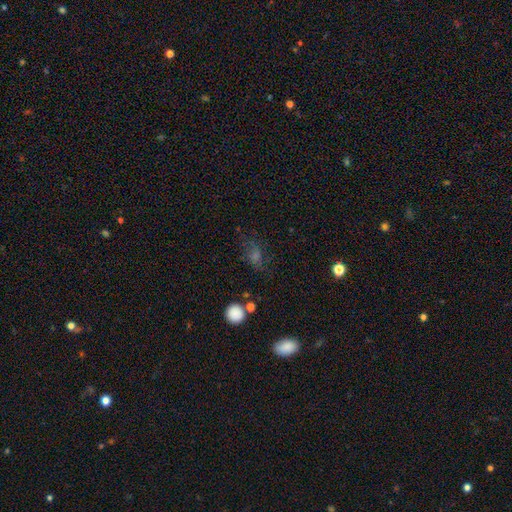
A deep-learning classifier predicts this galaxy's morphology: Smooth or featured? Predicted: smooth (p=0.47). Merging? Predicted: none (p=0.64).